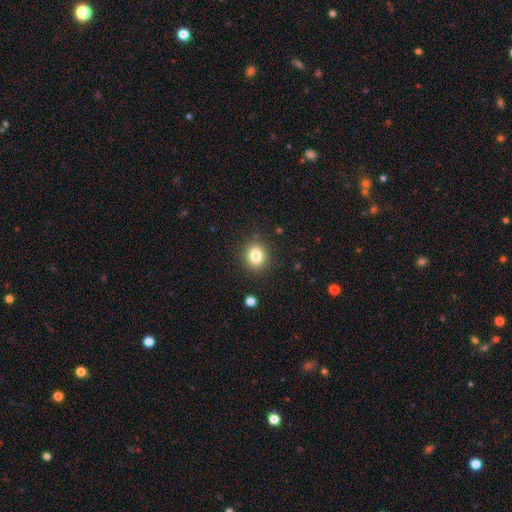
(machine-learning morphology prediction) smooth-or-featured: smooth: 82% | star or artifact: 11% | featured or disk: 7%
  how-rounded: round: 70% | in between: 29% | cigar-shaped: 1%
  merging: none: 88% | minor disturbance: 8% | major disturbance: 3% | merger: 1%